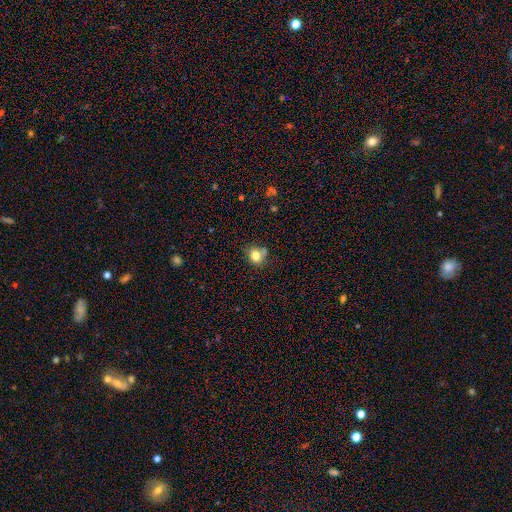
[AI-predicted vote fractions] Overall: smooth (80%). How rounded: round (77%). Merging: none (64%).